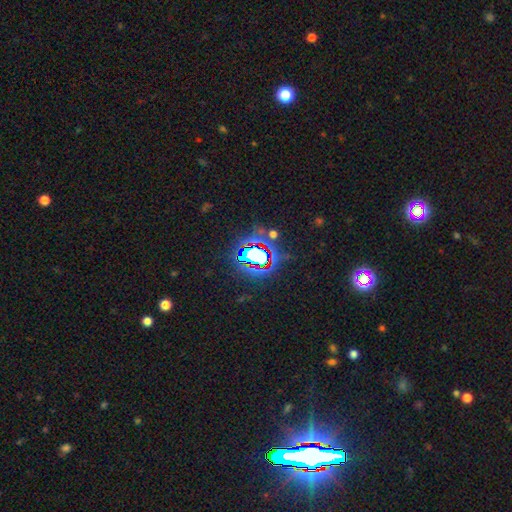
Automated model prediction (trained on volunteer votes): star or artifact 68%, smooth 18%, featured or disk 14%.